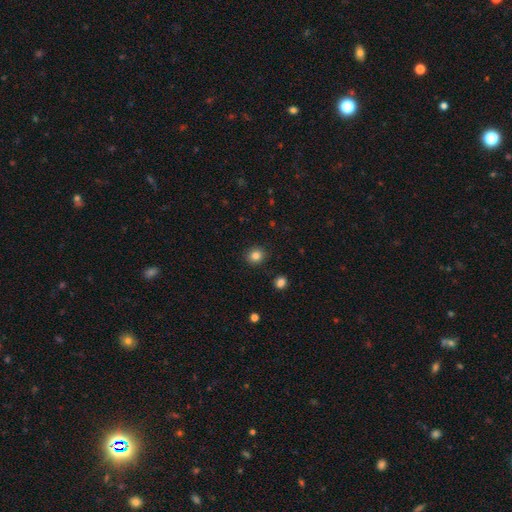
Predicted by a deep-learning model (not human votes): smooth_or_featured: smooth (p=0.84) [alt: star or artifact p=0.11]
how_rounded: round (p=0.83) [alt: in between p=0.16]
merging: none (p=0.90) [alt: minor disturbance p=0.07]